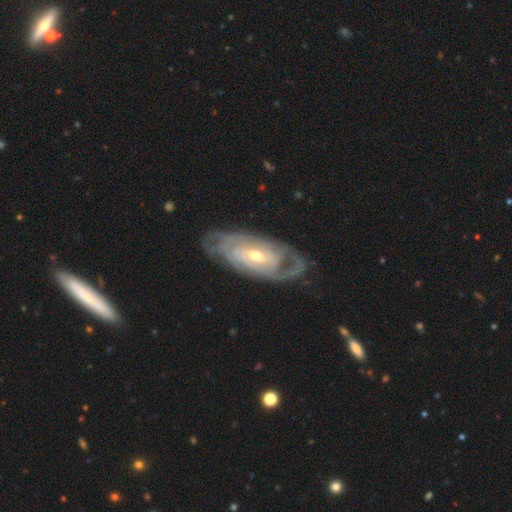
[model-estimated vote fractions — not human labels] Smooth or featured? Predicted: featured or disk (p=0.87). Edge-on disk? Predicted: no (p=0.93). Bar? Predicted: no (p=0.45). Spiral arms? Predicted: yes (p=0.93). Spiral winding? Predicted: tight (p=0.69). Spiral arm count? Predicted: can't tell (p=0.39). Bulge size? Predicted: moderate (p=0.49). Merging? Predicted: none (p=0.73).